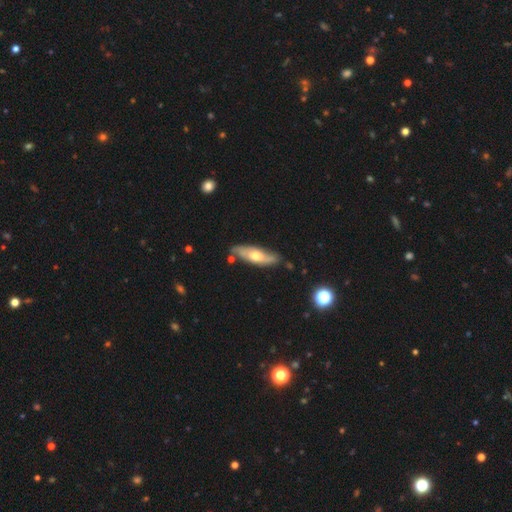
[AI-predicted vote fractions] Q: Smooth or featured?
A: featured or disk (53%); runner-up: smooth (42%)
Q: Edge-on disk?
A: no (58%); runner-up: yes (42%)
Q: Merging?
A: none (74%); runner-up: minor disturbance (18%)